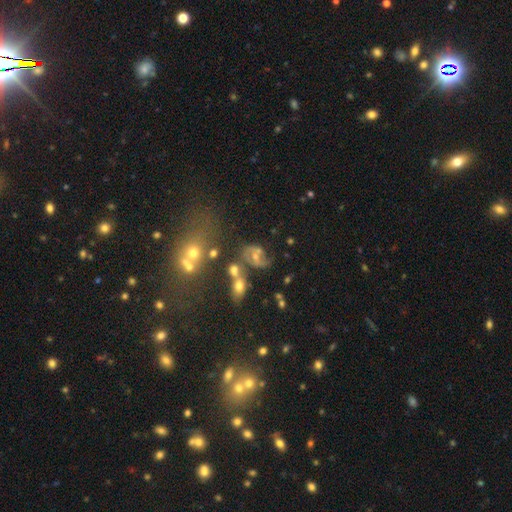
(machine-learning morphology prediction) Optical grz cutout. It shows a featured or disk galaxy (63%) with no bar (56%), spiral arms (79%) and a moderate central bulge (46%). Merging: none (39%).